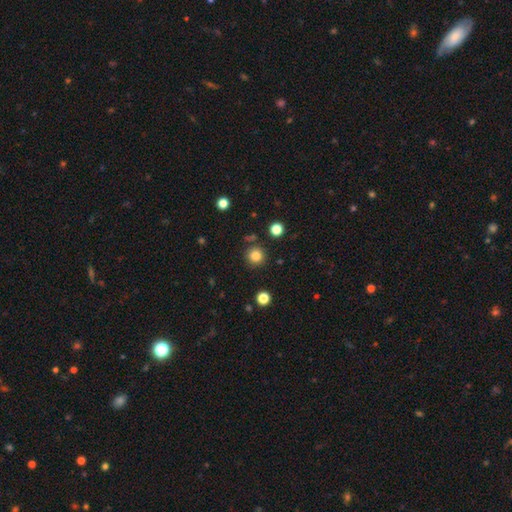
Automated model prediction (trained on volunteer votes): Q: Smooth or featured?
A: smooth (83%); runner-up: star or artifact (12%)
Q: How rounded?
A: round (95%); runner-up: in between (4%)
Q: Merging?
A: none (87%); runner-up: minor disturbance (6%)